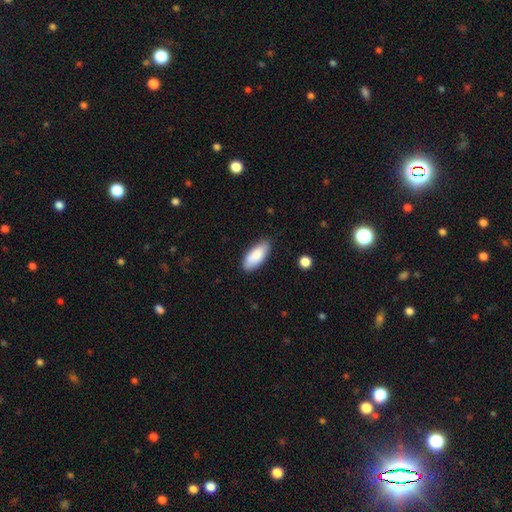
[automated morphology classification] Smooth or featured?
  - smooth: 85% *
  - featured or disk: 9%
  - star or artifact: 6%
How rounded?
  - in between: 85% *
  - cigar-shaped: 13%
  - round: 2%
Merging?
  - none: 83% *
  - minor disturbance: 13%
  - major disturbance: 2%
  - merger: 1%